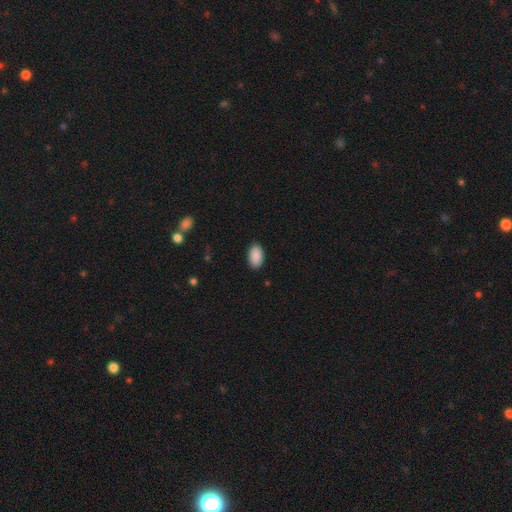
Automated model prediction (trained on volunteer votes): This is clearly a smooth galaxy (91%). How rounded: clearly in between (94%). Merging: clearly none (89%).